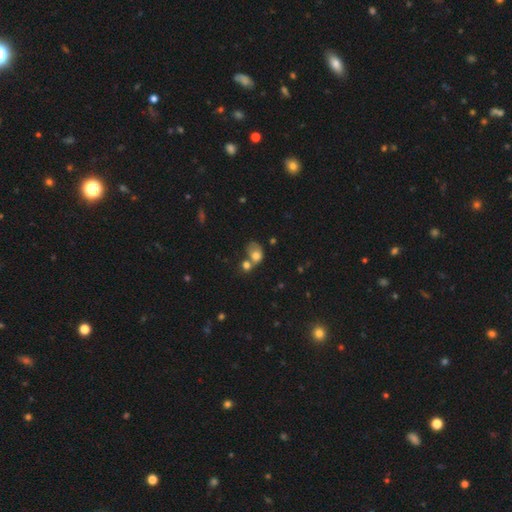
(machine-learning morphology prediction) smooth_or_featured: smooth (p=0.72) [alt: featured or disk p=0.18]
how_rounded: in between (p=0.53) [alt: round p=0.46]
merging: merger (p=0.54) [alt: none p=0.25]